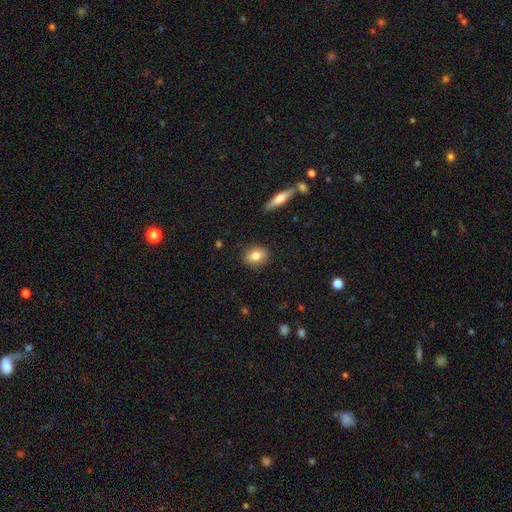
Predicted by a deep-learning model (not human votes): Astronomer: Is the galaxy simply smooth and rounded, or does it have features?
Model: smooth — 80%.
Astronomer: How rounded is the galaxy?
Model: in between — 63%.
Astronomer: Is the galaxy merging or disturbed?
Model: none — 87%.